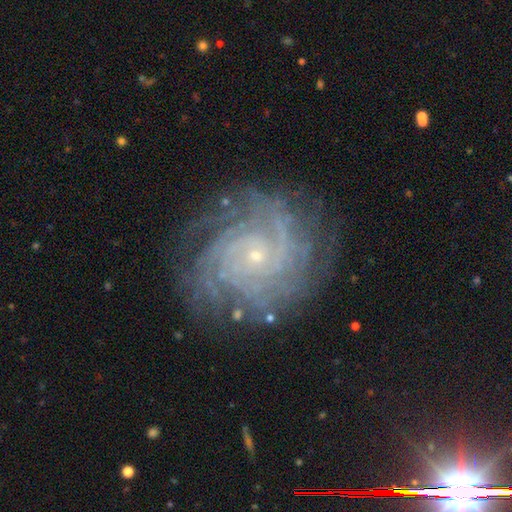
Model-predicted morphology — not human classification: Q: Smooth or featured?
A: featured or disk (87%); runner-up: star or artifact (8%)
Q: Edge-on disk?
A: no (97%); runner-up: yes (3%)
Q: Bar?
A: no (78%); runner-up: weak (17%)
Q: Spiral arms?
A: yes (97%); runner-up: no (3%)
Q: Spiral winding?
A: tight (76%); runner-up: medium (20%)
Q: Spiral arm count?
A: can't tell (26%); runner-up: 4 (20%)
Q: Bulge size?
A: small (87%); runner-up: moderate (9%)
Q: Merging?
A: none (79%); runner-up: minor disturbance (14%)